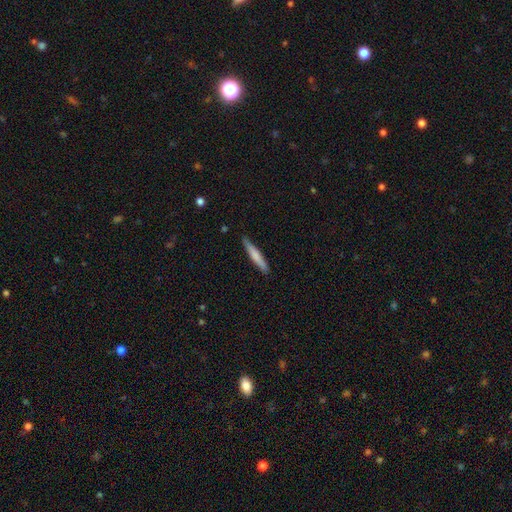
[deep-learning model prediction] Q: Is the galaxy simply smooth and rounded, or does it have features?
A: smooth — 68%.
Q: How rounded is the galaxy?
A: cigar-shaped — 94%.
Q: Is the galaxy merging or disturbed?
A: none — 87%.